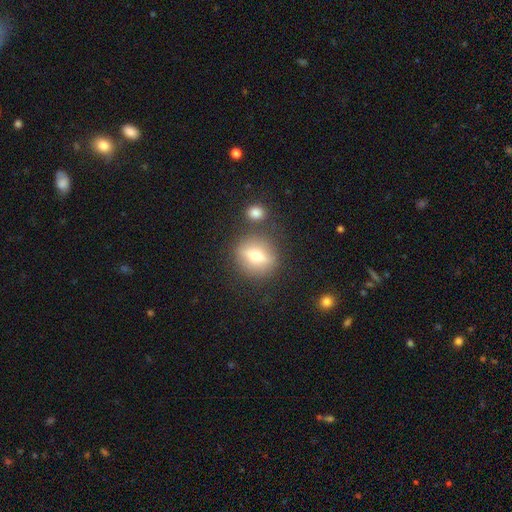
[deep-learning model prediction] smooth-or-featured: smooth: 50% | featured or disk: 41% | star or artifact: 9%
  merging: none: 80% | minor disturbance: 10% | merger: 6% | major disturbance: 4%